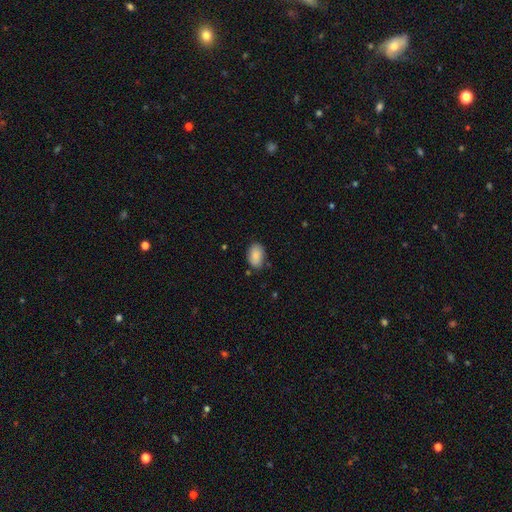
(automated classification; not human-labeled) Overall: smooth (87%). How rounded: in between (89%). Merging: none (81%).